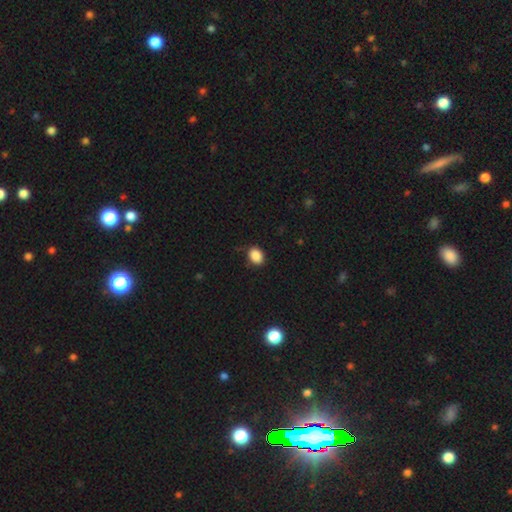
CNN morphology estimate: Overall: smooth (88%). How rounded: in between (62%; round 37%). Merging: none (82%).